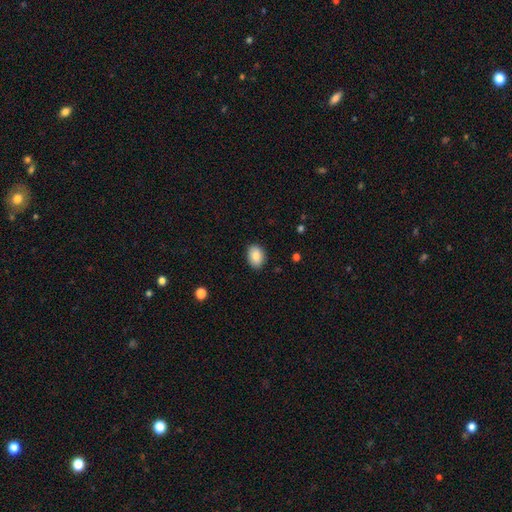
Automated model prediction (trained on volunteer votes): A smooth galaxy with no disk features (86%) that is in between round and cigar-shaped (77%). Merging: none (88%).